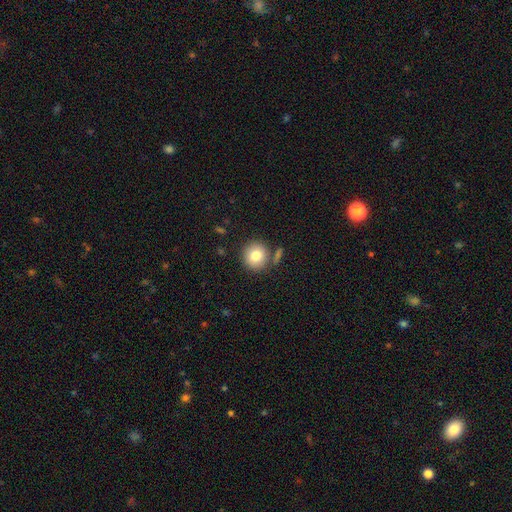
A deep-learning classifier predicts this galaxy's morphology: Overall: smooth (81%). How rounded: round (91%). Merging: none (79%).